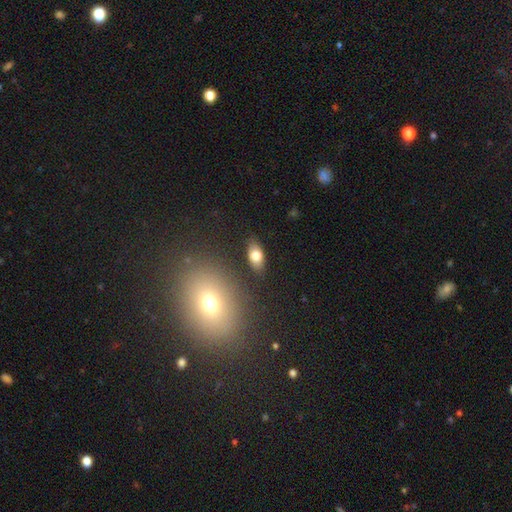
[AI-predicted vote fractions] smooth-or-featured: smooth: 78% | featured or disk: 14% | star or artifact: 9%
  how-rounded: in between: 90% | round: 6% | cigar-shaped: 4%
  merging: none: 85% | minor disturbance: 9% | merger: 3% | major disturbance: 3%